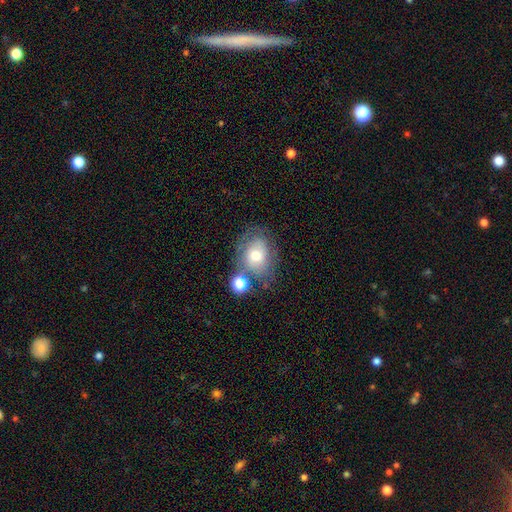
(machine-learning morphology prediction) A smooth galaxy with no disk features (61%) that is in between round and cigar-shaped (54%). Merging: none (53%).